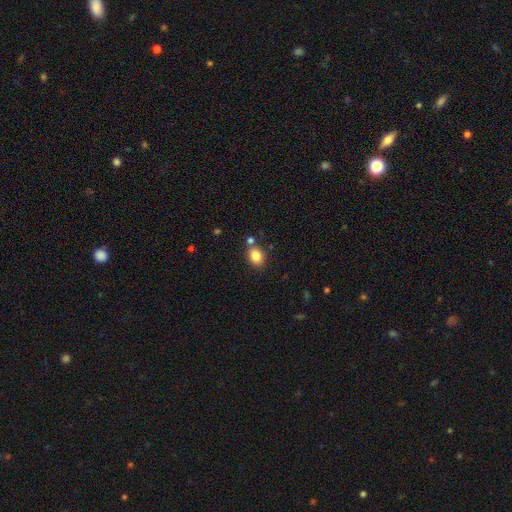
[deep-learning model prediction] This appears to be a smooth galaxy with no disk features (83%) that is round (50%). Merging: none (73%).